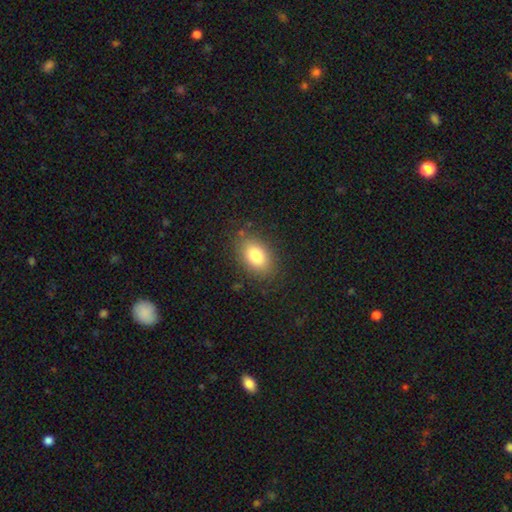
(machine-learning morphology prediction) A smooth galaxy with no disk features (81%) that is in between round and cigar-shaped (86%). Merging: none (83%).